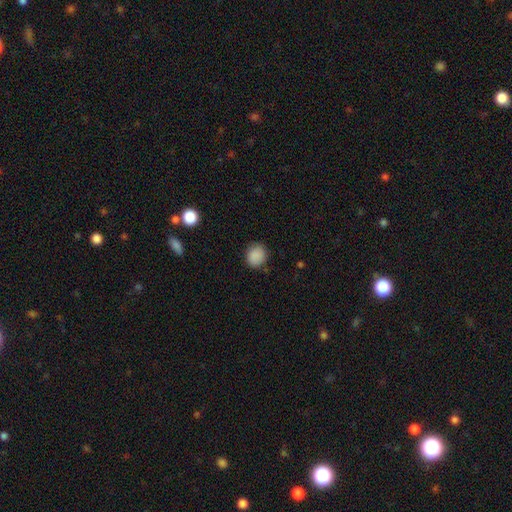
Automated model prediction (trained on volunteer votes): Smooth or featured? smooth (88%)
How rounded? round (75%)
Merging? none (83%)